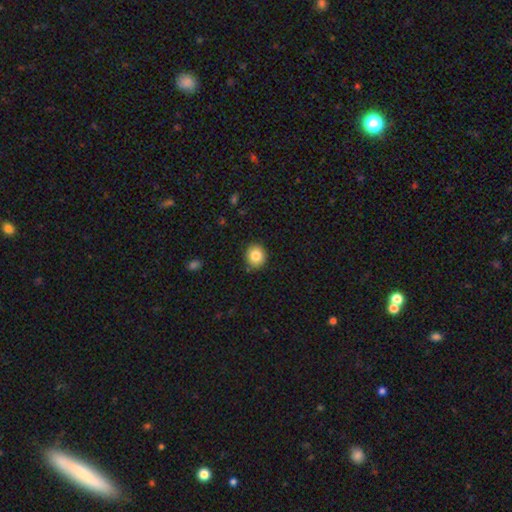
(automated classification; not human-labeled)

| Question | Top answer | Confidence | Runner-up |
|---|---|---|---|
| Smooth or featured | smooth | 83% | star or artifact (10%) |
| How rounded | round | 86% | in between (13%) |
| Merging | none | 88% | minor disturbance (8%) |